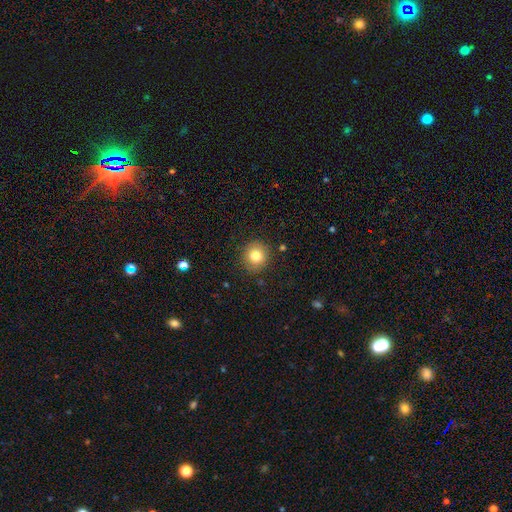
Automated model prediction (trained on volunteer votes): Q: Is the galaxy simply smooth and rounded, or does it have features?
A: smooth — 80%.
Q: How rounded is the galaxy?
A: round — 88%.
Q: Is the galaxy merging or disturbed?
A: none — 88%.